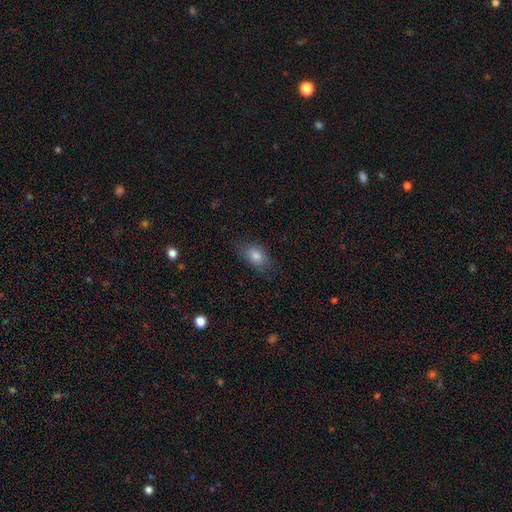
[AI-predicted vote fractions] This appears to be a smooth galaxy with no disk features (80%) that is in between round and cigar-shaped (83%). Merging: none (77%).